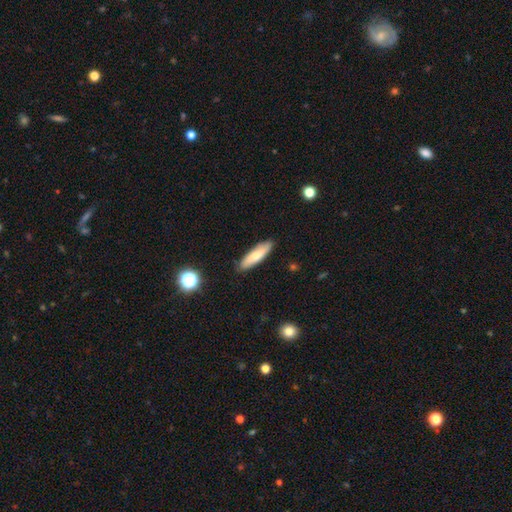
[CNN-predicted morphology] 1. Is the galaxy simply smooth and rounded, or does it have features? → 68% smooth, 25% featured or disk, 6% star or artifact.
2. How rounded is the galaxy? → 65% cigar-shaped, 33% in between, 2% round.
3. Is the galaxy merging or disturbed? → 88% none, 9% minor disturbance, 2% major disturbance, 1% merger.